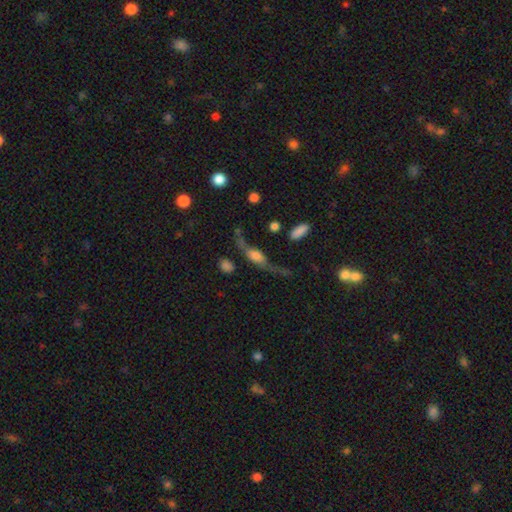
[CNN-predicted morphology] This appears to be a featured or disk galaxy (63%) viewed edge-on (67%). Merging: none (47%).